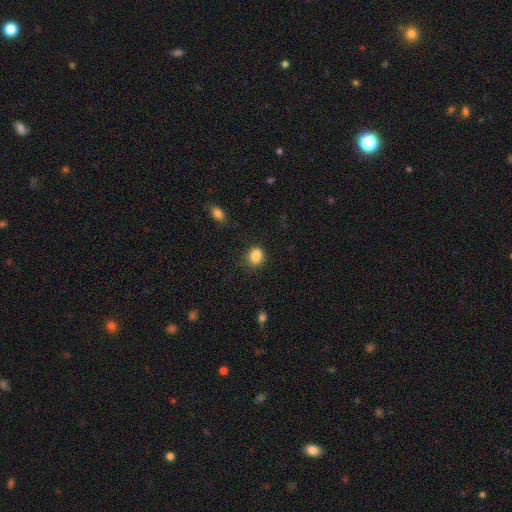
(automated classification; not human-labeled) Smooth or featured? smooth (84%)
How rounded? round (61%)
Merging? none (66%)